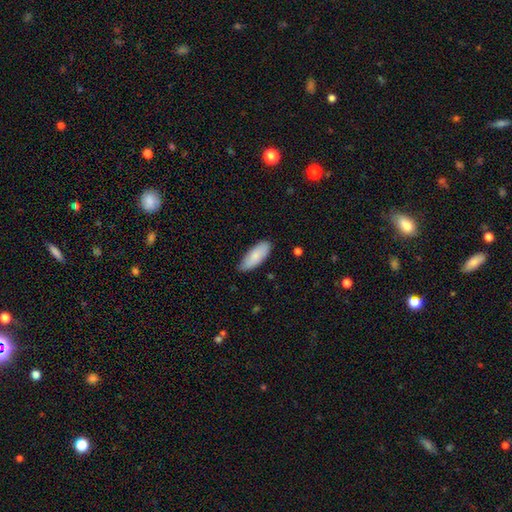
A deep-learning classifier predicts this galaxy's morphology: The model was most divided on "merging": none: 78%, minor disturbance: 18%, major disturbance: 2%, merger: 1%. More confident: smooth or featured — smooth (84%); how rounded — in between (81%).